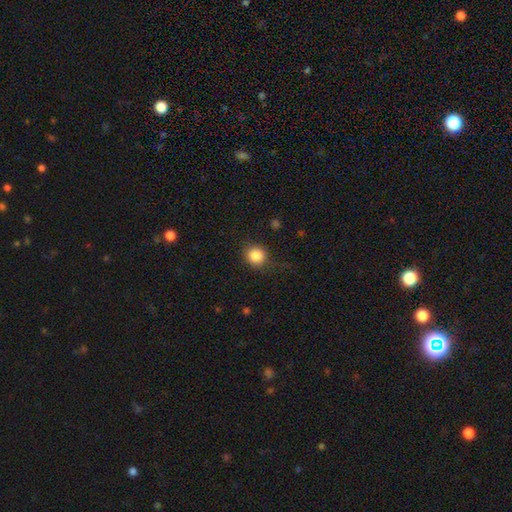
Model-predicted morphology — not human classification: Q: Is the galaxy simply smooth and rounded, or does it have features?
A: smooth — 86%.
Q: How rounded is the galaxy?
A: round — 89%.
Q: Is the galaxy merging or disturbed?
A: none — 79%.